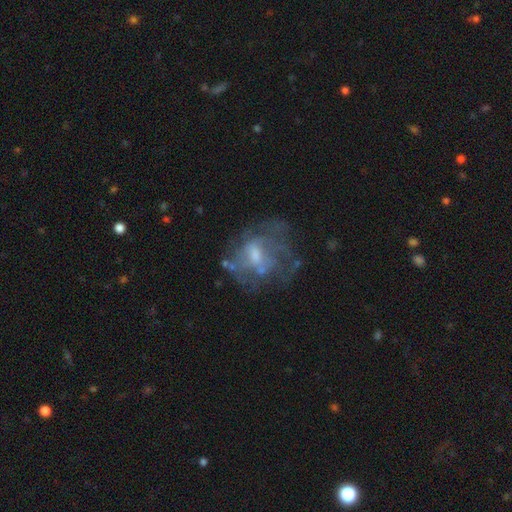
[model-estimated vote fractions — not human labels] Q: Smooth or featured?
A: featured or disk (64%); runner-up: smooth (25%)
Q: Edge-on disk?
A: no (97%); runner-up: yes (3%)
Q: Bar?
A: no (51%); runner-up: weak (41%)
Q: Spiral arms?
A: no (59%); runner-up: yes (41%)
Q: Bulge size?
A: moderate (46%); runner-up: small (33%)
Q: Merging?
A: none (44%); runner-up: major disturbance (30%)